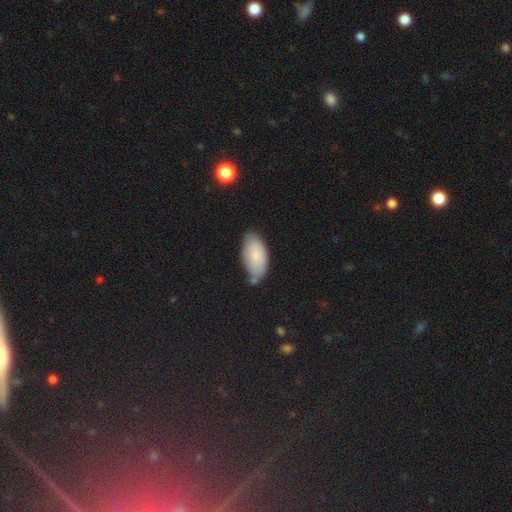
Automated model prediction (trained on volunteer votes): The model was most divided on "merging": none: 67%, minor disturbance: 22%, merger: 7%, major disturbance: 4%. More confident: how rounded — in between (95%); smooth or featured — smooth (82%).